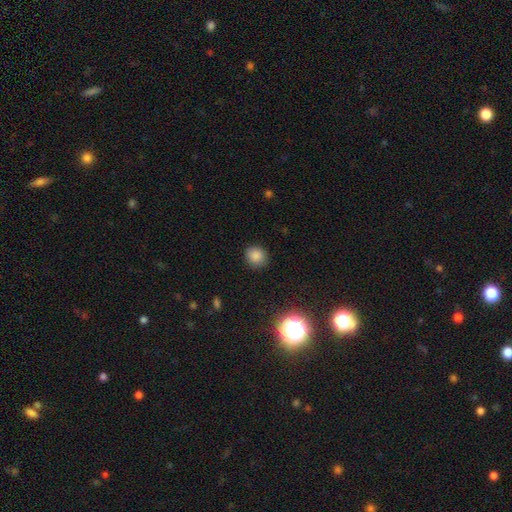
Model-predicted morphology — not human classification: Smooth or featured? Predicted: smooth (p=0.84). How rounded? Predicted: round (p=0.81). Merging? Predicted: none (p=0.88).